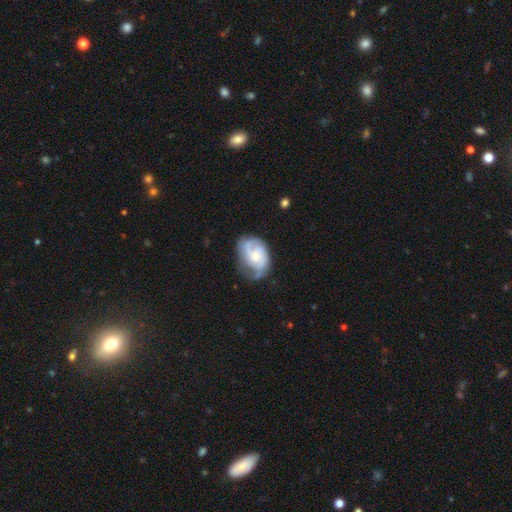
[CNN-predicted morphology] Smooth or featured: featured or disk — 77% (smooth — 18%)
Edge-on disk: no — 97% (yes — 3%)
Bar: no — 63% (weak — 32%)
Spiral arms: yes — 93% (no — 7%)
Spiral winding: medium — 46% (tight — 35%)
Spiral arm count: 2 — 59% (can't tell — 16%)
Bulge size: moderate — 49% (small — 41%)
Merging: none — 57% (minor disturbance — 28%)